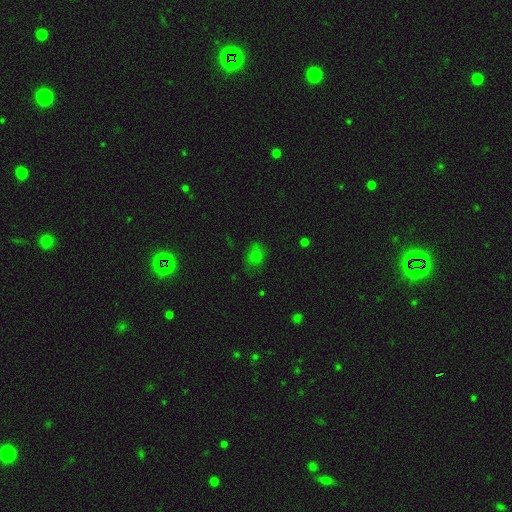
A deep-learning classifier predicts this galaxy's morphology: smooth 71%, star or artifact 21%, featured or disk 9%. Down the decision tree: how rounded — in between (67%); merging — none (62%).